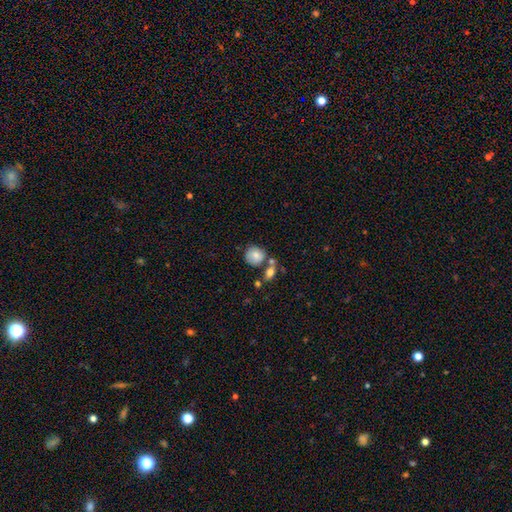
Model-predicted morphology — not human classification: type=smooth (80%); roundness=round (81%); merging=none (54%).